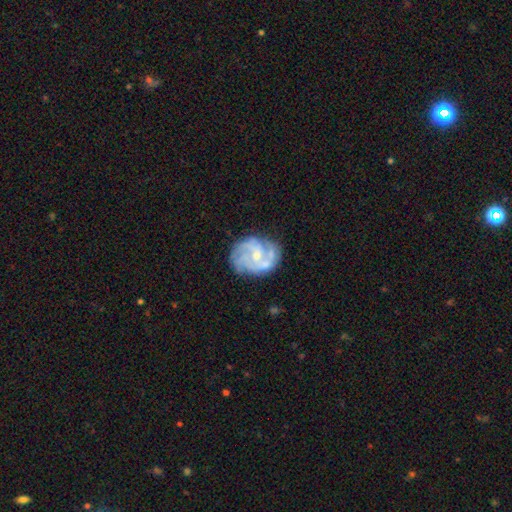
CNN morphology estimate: The model was most divided on "spiral winding": tight: 50%, medium: 40%, loose: 10%. Remaining: edge-on disk — no (98%); spiral arms — yes (94%); smooth or featured — featured or disk (84%); merging — none (69%); bulge size — small (59%); bar — no (57%); spiral arm count — 3 (38%).